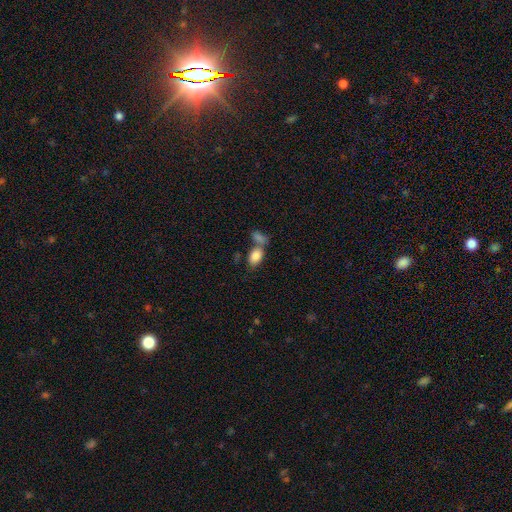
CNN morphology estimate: This is clearly a smooth galaxy (85%). How rounded: clearly in between (89%). Merging: possibly merger (46%).